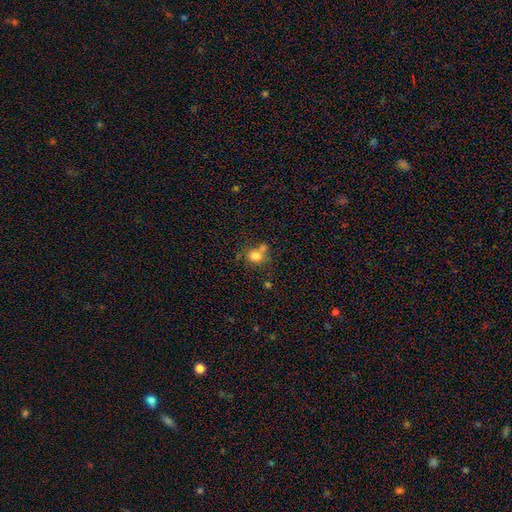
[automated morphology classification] Overall: smooth (77%). How rounded: round (71%). Merging: none (47%; merger 34%).